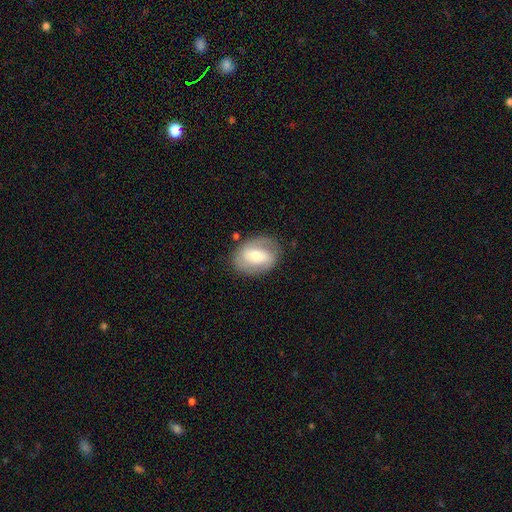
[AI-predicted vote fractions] The model was most divided on "smooth or featured": featured or disk: 51%, smooth: 42%, star or artifact: 7%. More confident: edge-on disk — no (94%); merging — none (76%).